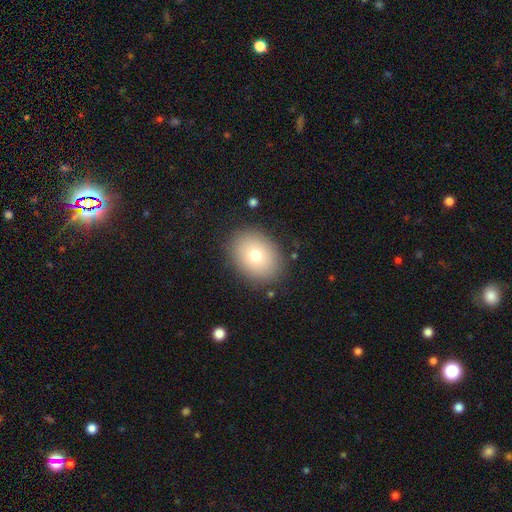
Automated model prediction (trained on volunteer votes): Q: Smooth or featured?
A: smooth (74%); runner-up: featured or disk (15%)
Q: How rounded?
A: in between (61%); runner-up: round (38%)
Q: Merging?
A: none (86%); runner-up: minor disturbance (9%)